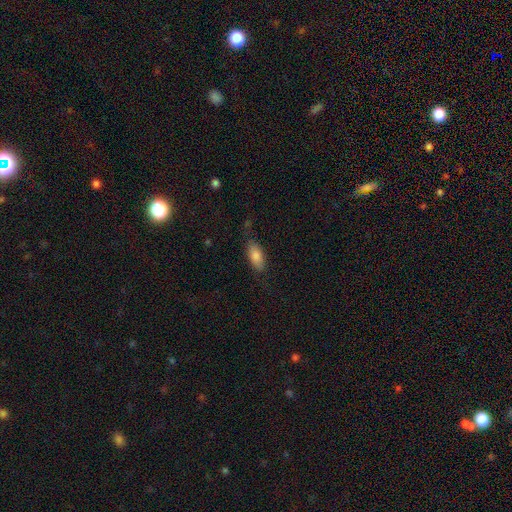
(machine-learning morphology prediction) Q: Smooth or featured?
A: smooth (84%); runner-up: featured or disk (9%)
Q: How rounded?
A: in between (85%); runner-up: cigar-shaped (13%)
Q: Merging?
A: none (76%); runner-up: minor disturbance (17%)